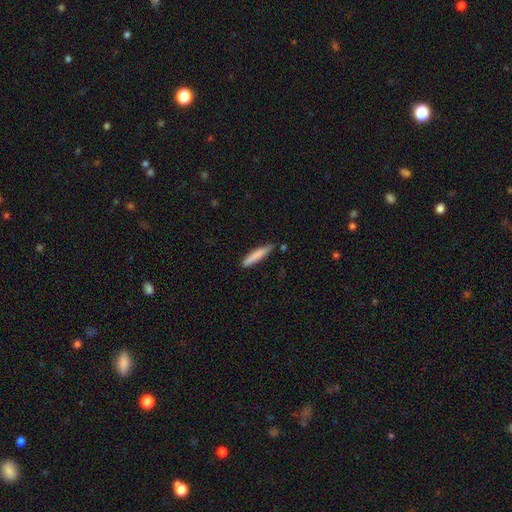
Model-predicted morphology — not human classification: type=smooth (81%); roundness=cigar-shaped (90%); merging=none (76%).